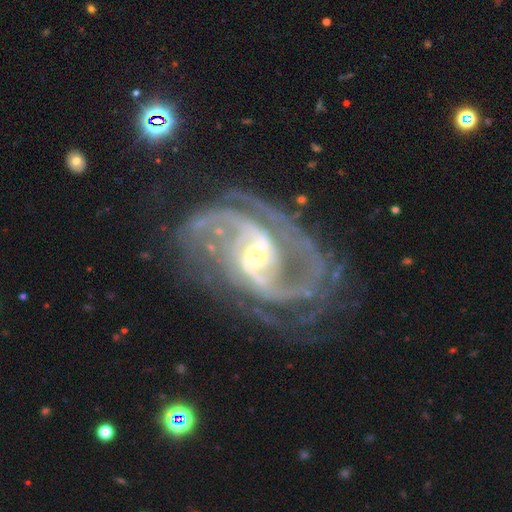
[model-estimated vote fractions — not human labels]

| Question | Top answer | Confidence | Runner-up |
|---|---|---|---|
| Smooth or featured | featured or disk | 92% | star or artifact (5%) |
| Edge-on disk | no | 97% | yes (3%) |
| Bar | weak | 45% | strong (28%) |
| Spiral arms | yes | 98% | no (2%) |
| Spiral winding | medium | 54% | tight (27%) |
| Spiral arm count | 2 | 61% | 3 (15%) |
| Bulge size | small | 62% | moderate (32%) |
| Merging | none | 65% | minor disturbance (17%) |